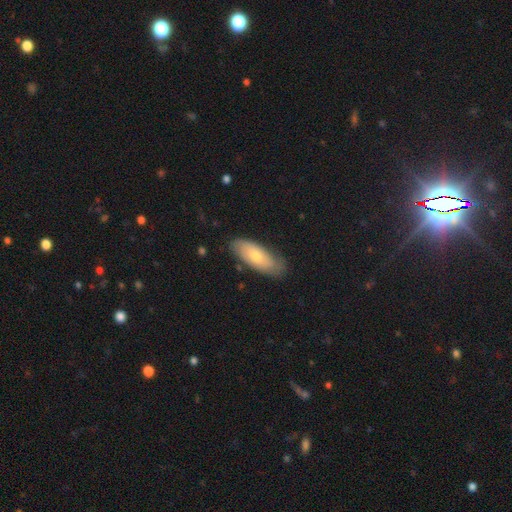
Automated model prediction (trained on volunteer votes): Q: Smooth or featured?
A: smooth (59%); runner-up: featured or disk (35%)
Q: How rounded?
A: in between (75%); runner-up: cigar-shaped (23%)
Q: Merging?
A: none (78%); runner-up: minor disturbance (17%)